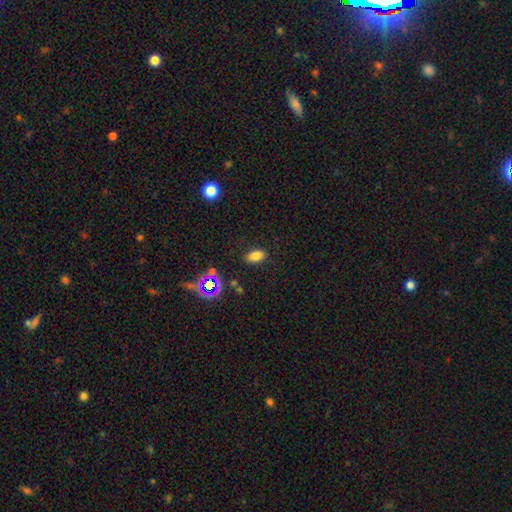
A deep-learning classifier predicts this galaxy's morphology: Overall: smooth (77%). How rounded: in between (89%). Merging: none (86%).